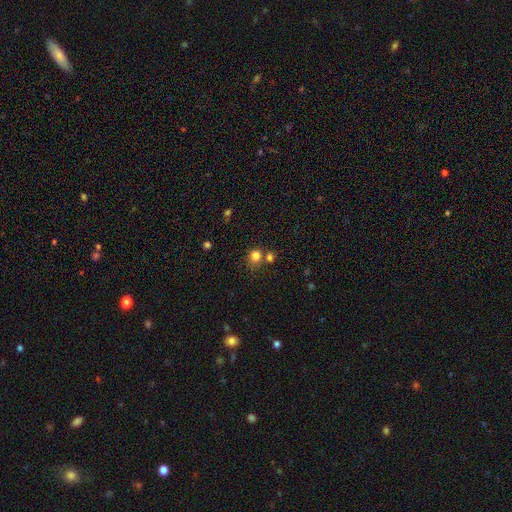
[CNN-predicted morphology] smooth-or-featured: smooth: 80% | star or artifact: 14% | featured or disk: 6%
  how-rounded: round: 81% | in between: 18% | cigar-shaped: 1%
  merging: none: 59% | merger: 24% | minor disturbance: 12% | major disturbance: 5%